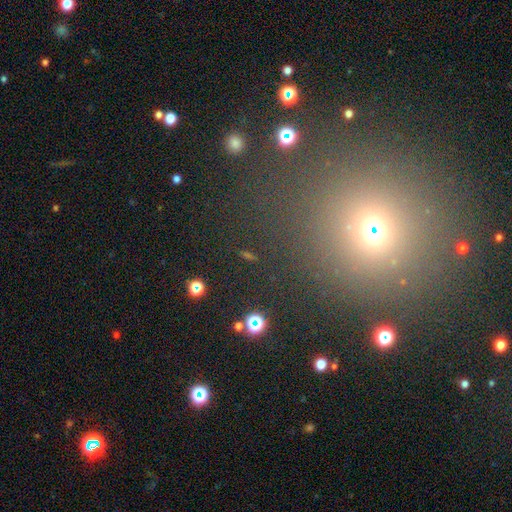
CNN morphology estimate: Q: Smooth or featured?
A: star or artifact (49%); runner-up: smooth (42%)